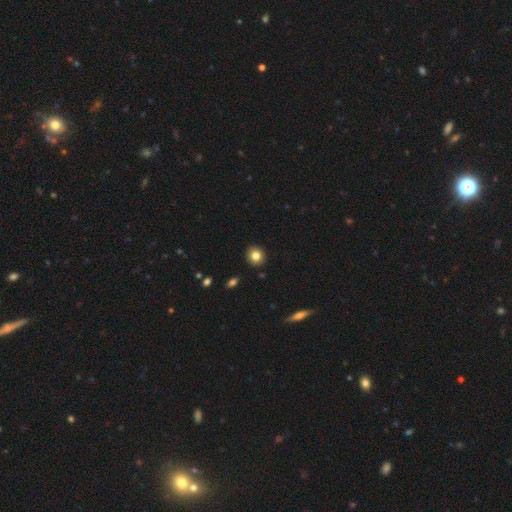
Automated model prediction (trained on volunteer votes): Q: Smooth or featured?
A: smooth (82%); runner-up: star or artifact (10%)
Q: How rounded?
A: round (84%); runner-up: in between (15%)
Q: Merging?
A: none (91%); runner-up: minor disturbance (6%)